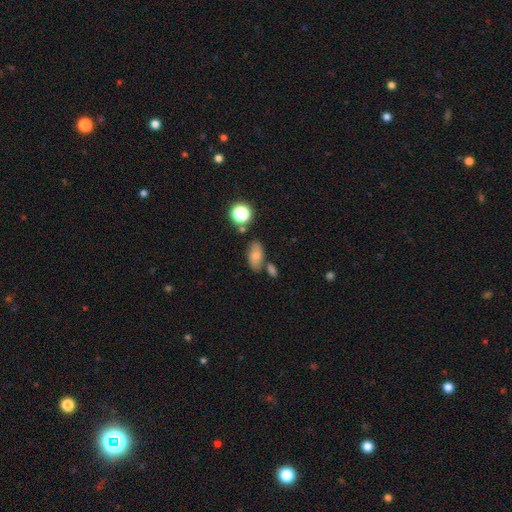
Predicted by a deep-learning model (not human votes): smooth 73%, featured or disk 16%, star or artifact 12%. Down the decision tree: how rounded — in between (87%); merging — none (67%).